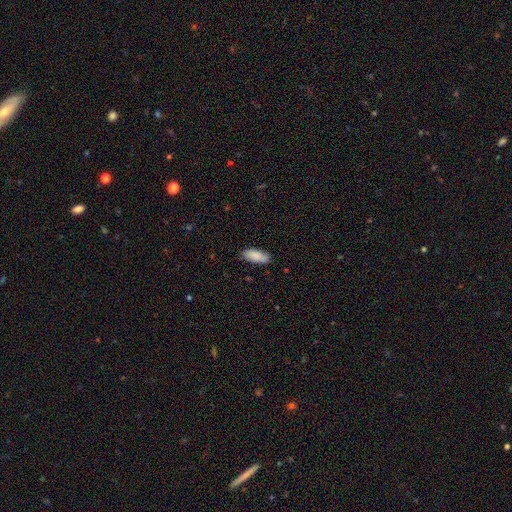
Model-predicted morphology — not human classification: Smooth or featured? Predicted: smooth (p=0.90). How rounded? Predicted: in between (p=0.79). Merging? Predicted: none (p=0.88).